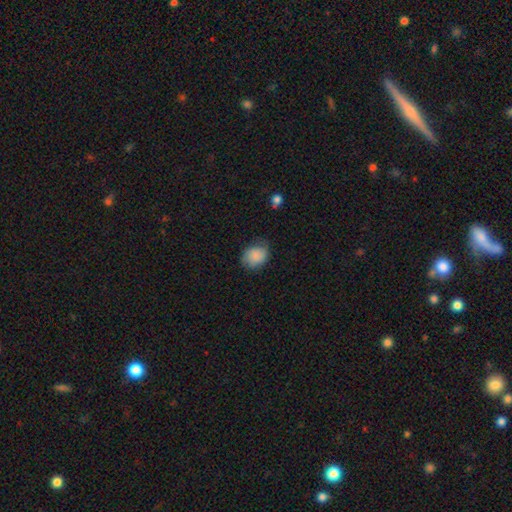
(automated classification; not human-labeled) This is clearly a smooth galaxy (84%). How rounded: possibly in between (55%). Merging: likely none (64%).